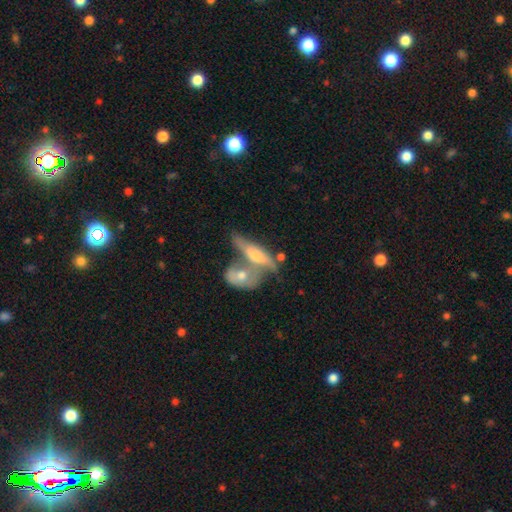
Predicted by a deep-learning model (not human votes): The model was most divided on "smooth or featured": featured or disk: 48%, smooth: 45%, star or artifact: 7%. More confident: merging — merger (59%).